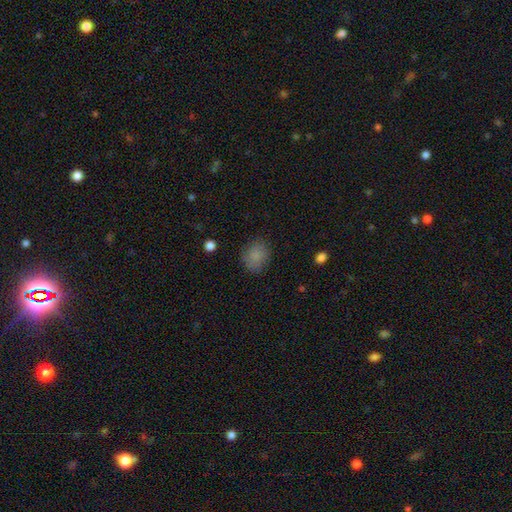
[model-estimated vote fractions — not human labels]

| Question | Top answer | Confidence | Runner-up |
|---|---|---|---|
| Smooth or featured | smooth | 84% | star or artifact (10%) |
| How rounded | round | 64% | in between (35%) |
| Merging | none | 81% | minor disturbance (13%) |